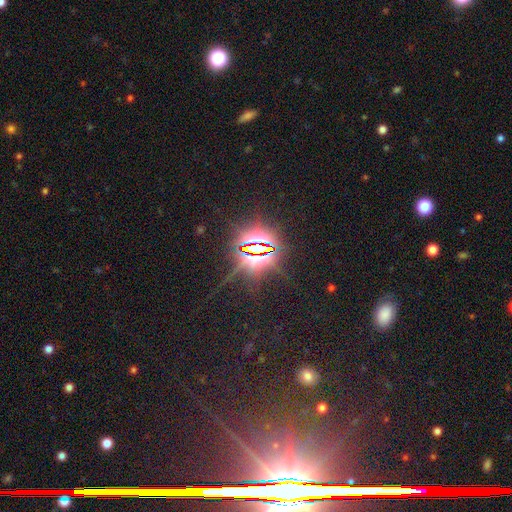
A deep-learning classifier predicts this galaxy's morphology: Smooth or featured: star or artifact — 85% (smooth — 7%)